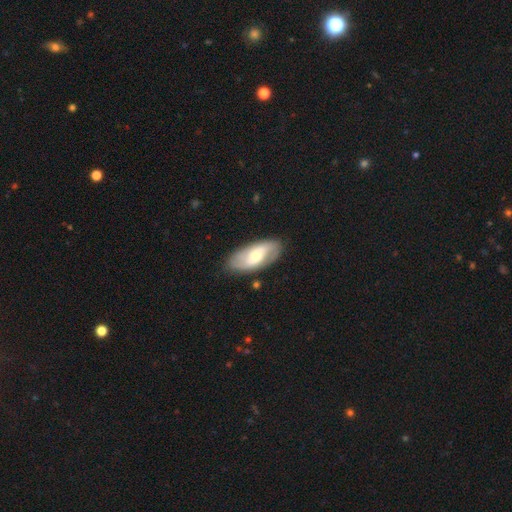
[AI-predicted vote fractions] The model was most divided on "bar": weak: 41%, no: 40%, strong: 20%. More confident: edge-on disk — no (90%); merging — none (83%); spiral arms — yes (78%); smooth or featured — featured or disk (62%); bulge size — moderate (62%).